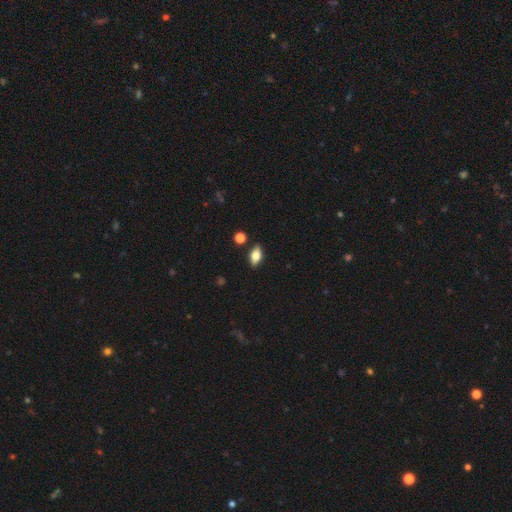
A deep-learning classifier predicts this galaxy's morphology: Smooth or featured: smooth — 68% (featured or disk — 24%)
How rounded: in between — 85% (cigar-shaped — 8%)
Merging: none — 85% (minor disturbance — 10%)